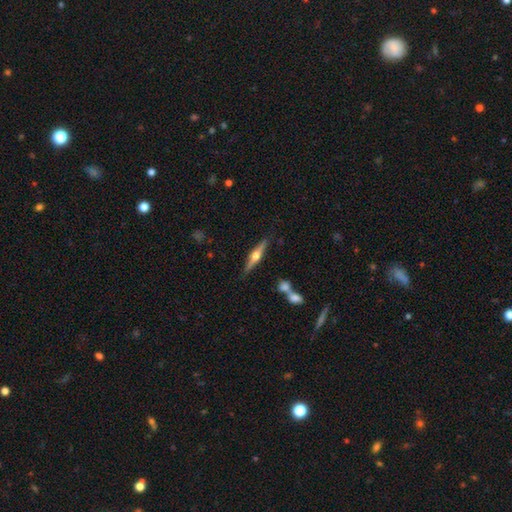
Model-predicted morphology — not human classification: Q: Smooth or featured?
A: featured or disk (75%); runner-up: smooth (20%)
Q: Edge-on disk?
A: yes (97%); runner-up: no (3%)
Q: Edge-on bulge?
A: rounded (94%); runner-up: boxy (4%)
Q: Merging?
A: none (84%); runner-up: minor disturbance (9%)